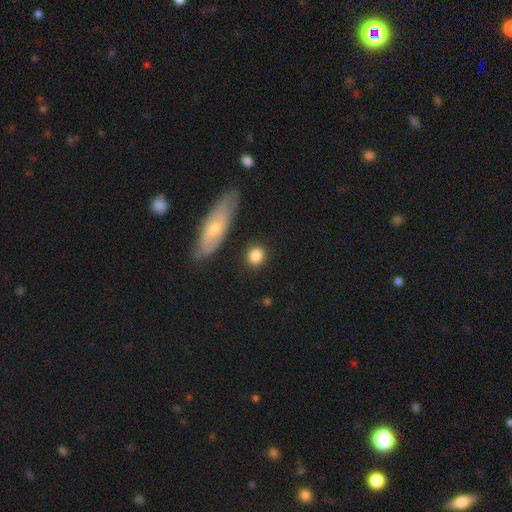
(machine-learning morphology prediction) Smooth or featured? Predicted: smooth (p=0.84). How rounded? Predicted: round (p=0.76). Merging? Predicted: none (p=0.84).